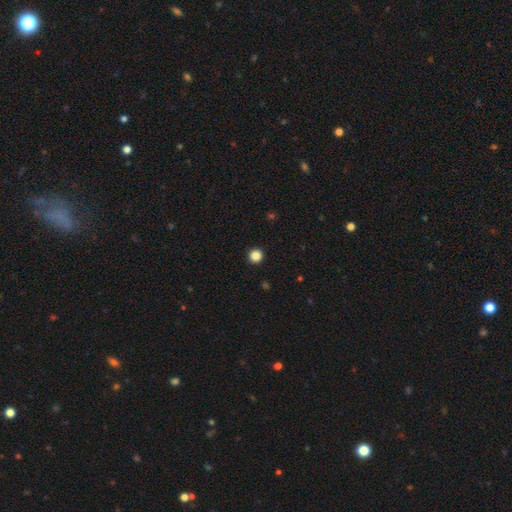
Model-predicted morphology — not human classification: A smooth galaxy with no disk features (86%) that is round (96%). Merging: none (94%).